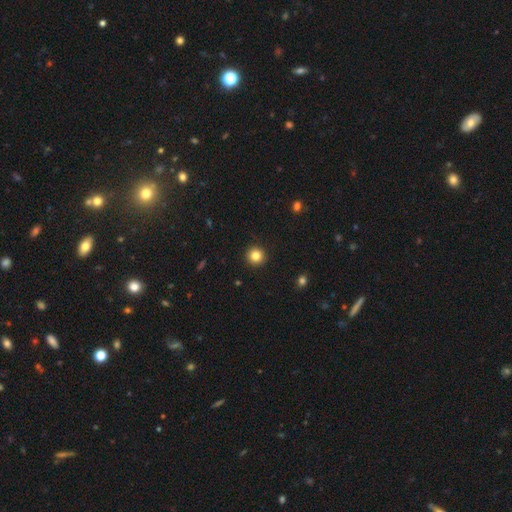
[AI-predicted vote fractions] The model was most divided on "smooth or featured": smooth: 83%, star or artifact: 12%, featured or disk: 5%. More confident: how rounded — round (95%); merging — none (93%).